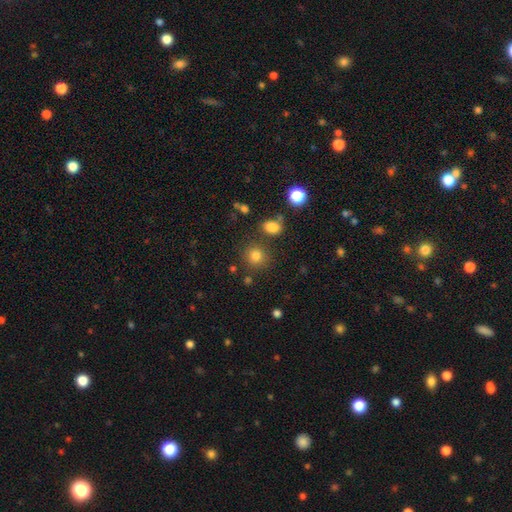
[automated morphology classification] This is clearly a smooth galaxy (81%). How rounded: clearly round (87%). Merging: clearly none (81%).